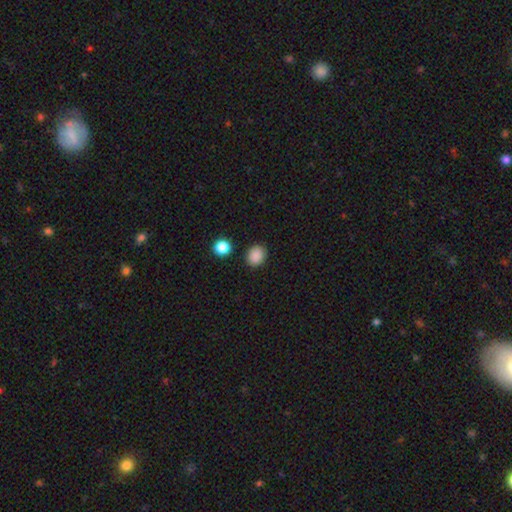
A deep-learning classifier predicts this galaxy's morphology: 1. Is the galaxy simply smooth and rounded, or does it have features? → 87% smooth, 10% star or artifact, 3% featured or disk.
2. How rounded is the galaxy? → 60% round, 39% in between, 1% cigar-shaped.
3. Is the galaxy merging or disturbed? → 87% none, 8% minor disturbance, 2% major disturbance, 2% merger.